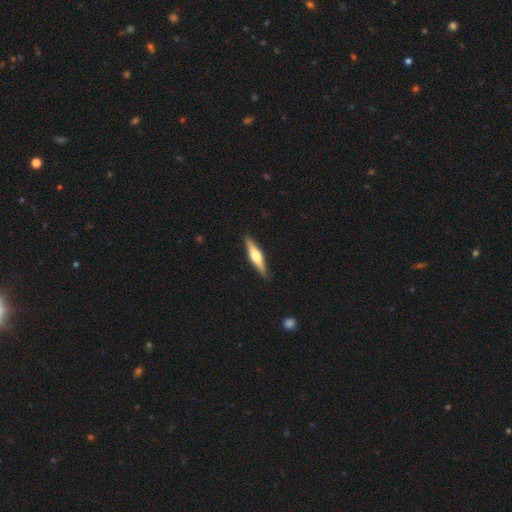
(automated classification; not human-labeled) smooth_or_featured: featured or disk (p=0.60) [alt: smooth p=0.35]
disk_edge_on: yes (p=0.96) [alt: no p=0.04]
edge_on_bulge: rounded (p=0.92) [alt: boxy p=0.05]
merging: none (p=0.90) [alt: minor disturbance p=0.07]